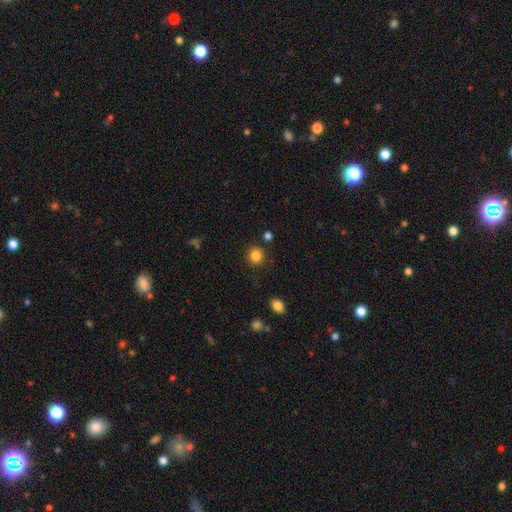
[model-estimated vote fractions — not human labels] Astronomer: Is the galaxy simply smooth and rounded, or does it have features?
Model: smooth — 85%.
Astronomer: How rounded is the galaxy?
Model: round — 85%.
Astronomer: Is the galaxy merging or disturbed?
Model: none — 86%.